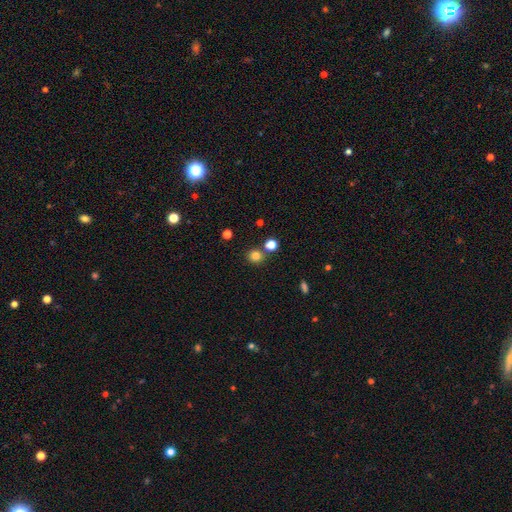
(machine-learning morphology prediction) type=smooth (80%); roundness=round (87%); merging=none (77%).